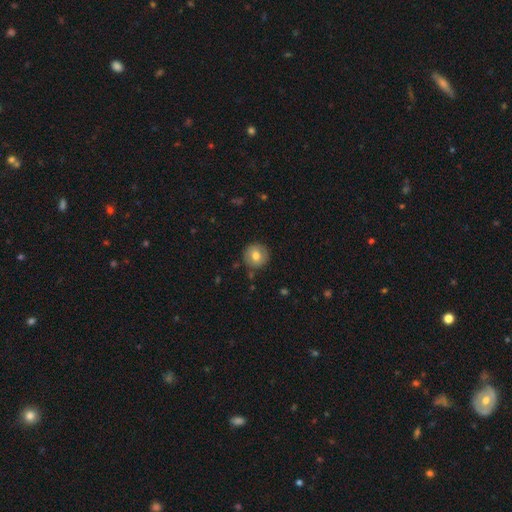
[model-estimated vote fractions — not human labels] This appears to be a smooth galaxy with no disk features (75%) that is round (94%). Merging: none (87%).